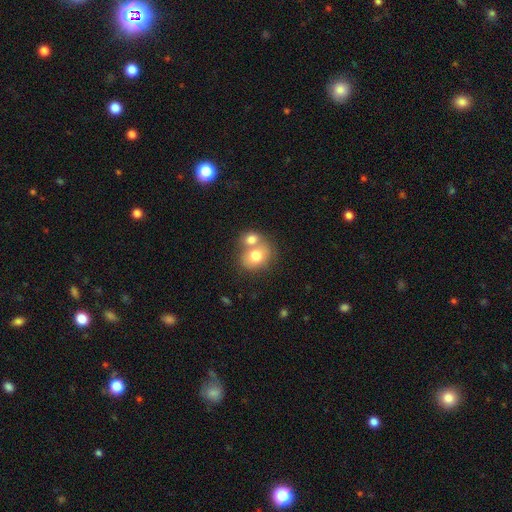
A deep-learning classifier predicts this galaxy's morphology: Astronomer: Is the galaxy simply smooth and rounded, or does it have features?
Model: smooth — 74%.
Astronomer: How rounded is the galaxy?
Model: round — 60% (runner-up: in between, 39%).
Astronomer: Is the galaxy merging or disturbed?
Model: merger — 59%.